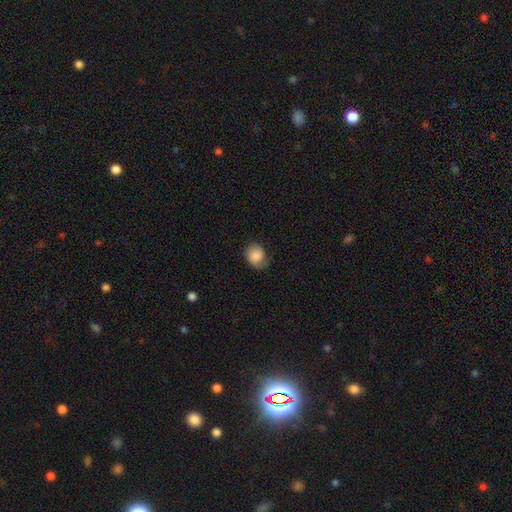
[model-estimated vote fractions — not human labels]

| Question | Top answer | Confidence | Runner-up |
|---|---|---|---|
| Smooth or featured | smooth | 77% | featured or disk (15%) |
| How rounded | round | 57% | in between (42%) |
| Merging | none | 63% | minor disturbance (28%) |